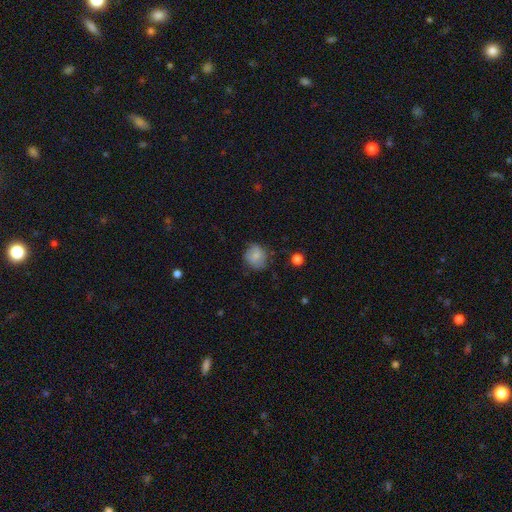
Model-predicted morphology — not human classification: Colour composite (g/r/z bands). It shows a smooth galaxy with no disk features (80%) that is round (79%). Merging: none (71%).